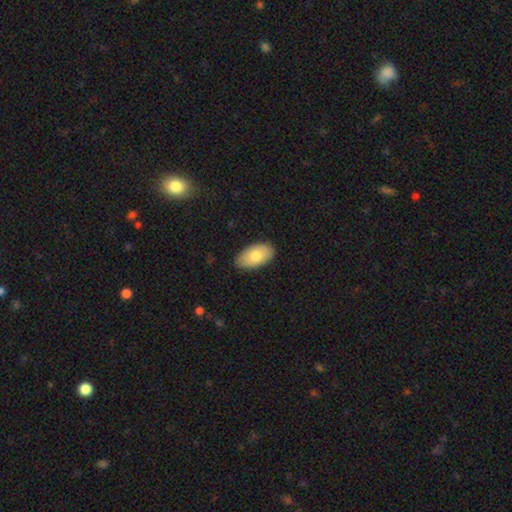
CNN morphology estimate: Smooth or featured: smooth — 77% (featured or disk — 17%)
How rounded: in between — 95% (round — 4%)
Merging: none — 84% (minor disturbance — 13%)